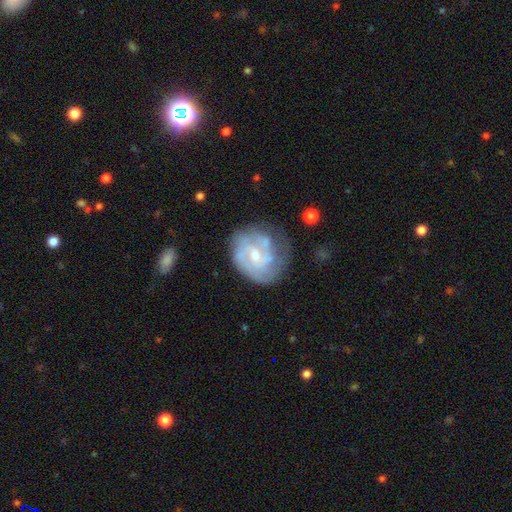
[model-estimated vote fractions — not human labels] featured or disk 76%, smooth 18%, star or artifact 6%. Down the decision tree: edge-on disk — no (98%); bar — no (49%); spiral arms — yes (86%); spiral arm count — can't tell (36%); spiral winding — tight (50%); bulge size — small (52%); merging — none (59%).